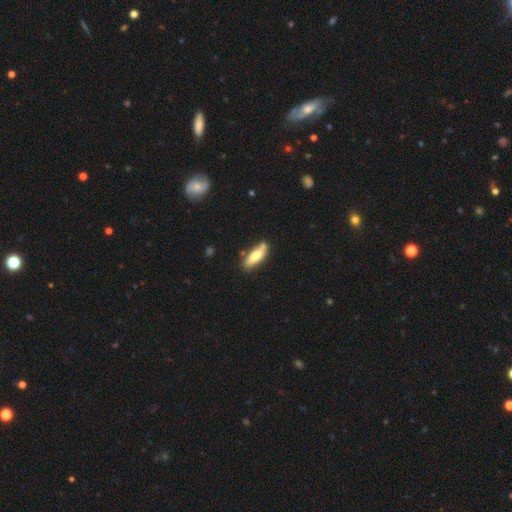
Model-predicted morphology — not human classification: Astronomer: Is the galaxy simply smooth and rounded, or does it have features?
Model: smooth — 65%.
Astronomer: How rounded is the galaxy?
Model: in between — 58% (runner-up: cigar-shaped, 40%).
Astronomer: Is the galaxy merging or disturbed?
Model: none — 72%.